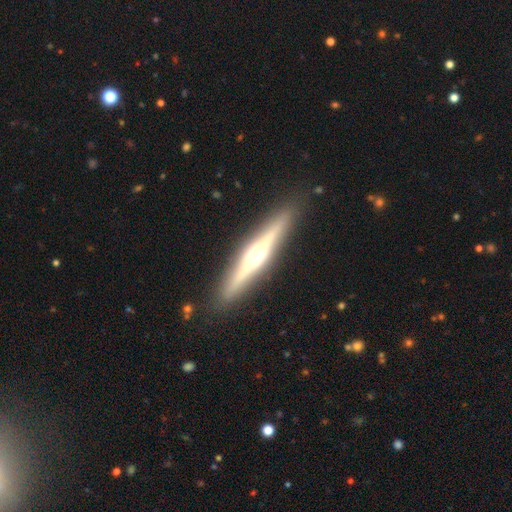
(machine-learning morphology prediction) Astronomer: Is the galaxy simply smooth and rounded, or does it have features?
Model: featured or disk — 72%.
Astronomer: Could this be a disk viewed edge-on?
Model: yes — 96%.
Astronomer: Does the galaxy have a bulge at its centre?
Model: rounded — 89%.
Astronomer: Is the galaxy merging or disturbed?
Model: none — 89%.